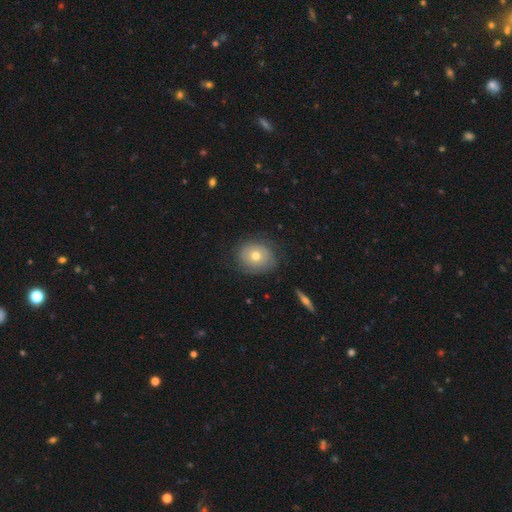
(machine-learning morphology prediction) type=smooth (57%); roundness=round (62%); merging=none (77%).